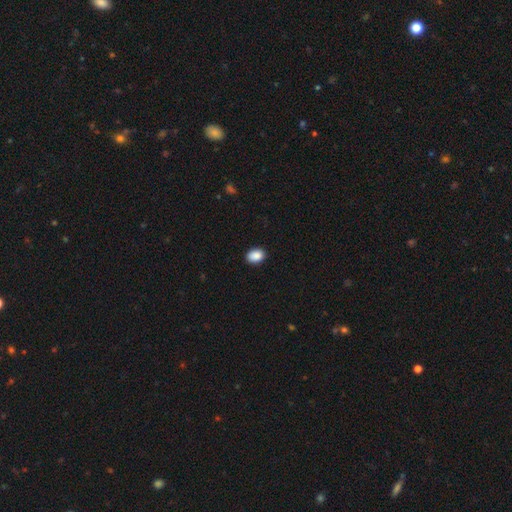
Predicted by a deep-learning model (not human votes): A smooth galaxy with no disk features (89%) that is in between round and cigar-shaped (76%). Merging: none (89%).